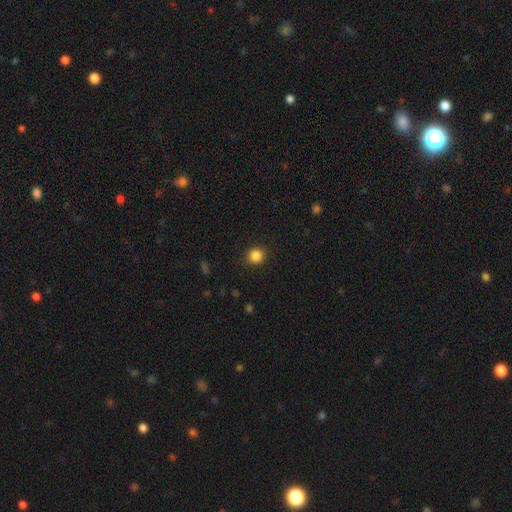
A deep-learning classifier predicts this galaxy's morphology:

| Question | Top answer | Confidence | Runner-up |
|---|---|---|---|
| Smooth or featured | smooth | 85% | star or artifact (11%) |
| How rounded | round | 91% | in between (8%) |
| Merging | none | 91% | minor disturbance (6%) |